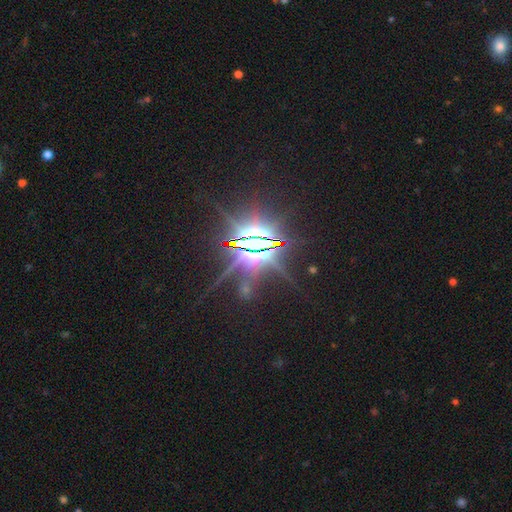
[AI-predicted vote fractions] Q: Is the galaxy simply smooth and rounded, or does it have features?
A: star or artifact — 85%.